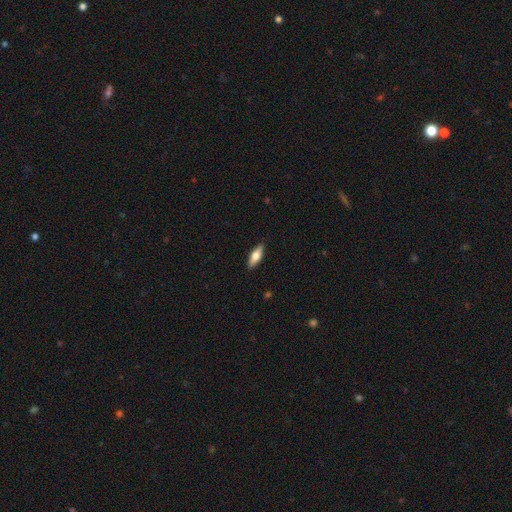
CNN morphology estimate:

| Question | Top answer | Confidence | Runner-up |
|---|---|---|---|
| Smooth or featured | smooth | 63% | featured or disk (31%) |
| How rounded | in between | 62% | cigar-shaped (36%) |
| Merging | none | 89% | minor disturbance (8%) |